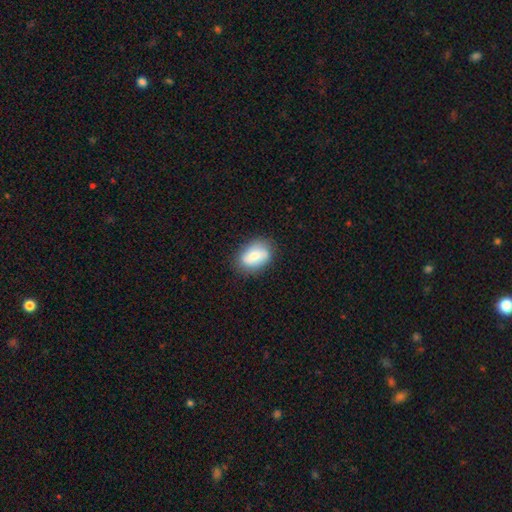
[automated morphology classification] Overall: smooth (74%). How rounded: in between (84%). Merging: none (80%).